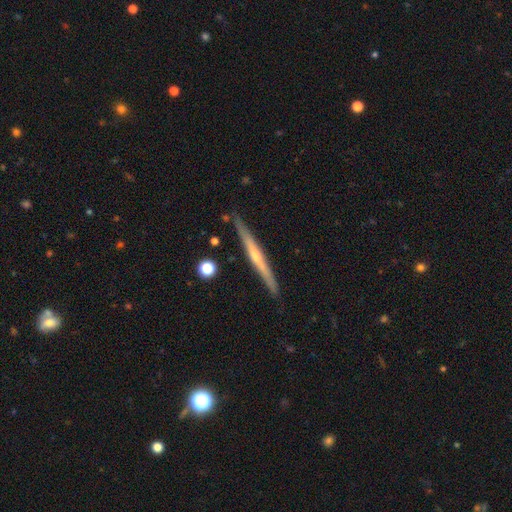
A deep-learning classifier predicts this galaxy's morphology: featured or disk 74%, smooth 19%, star or artifact 6%. Down the decision tree: edge-on disk — yes (98%); edge-on bulge — rounded (65%); merging — none (88%).